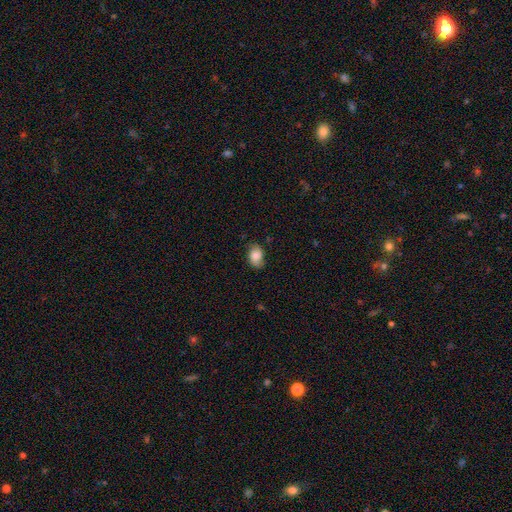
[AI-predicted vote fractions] Smooth or featured: smooth — 75% (featured or disk — 17%)
How rounded: in between — 82% (round — 17%)
Merging: none — 73% (minor disturbance — 21%)